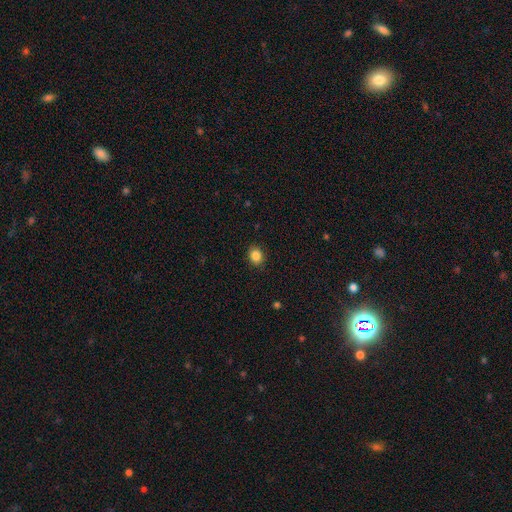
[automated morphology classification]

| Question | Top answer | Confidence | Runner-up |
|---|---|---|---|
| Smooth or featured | smooth | 85% | star or artifact (10%) |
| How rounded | round | 51% | in between (48%) |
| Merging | none | 90% | minor disturbance (7%) |